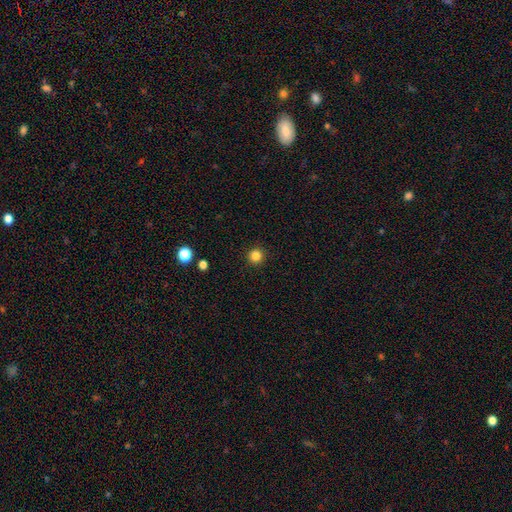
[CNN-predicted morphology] Smooth or featured: smooth — 84% (star or artifact — 12%)
How rounded: round — 95% (in between — 4%)
Merging: none — 93% (minor disturbance — 4%)